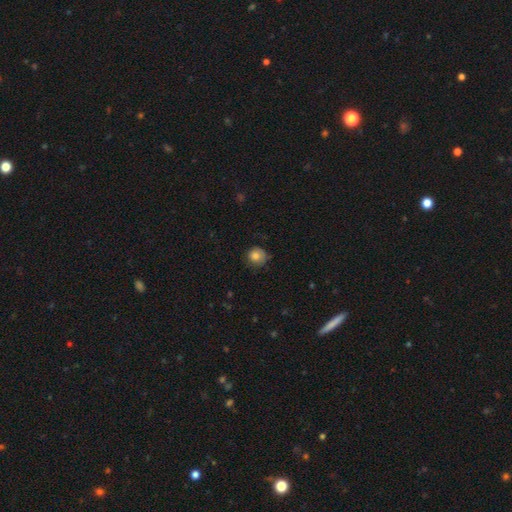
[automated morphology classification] Overall: smooth (80%). How rounded: round (86%). Merging: none (67%).